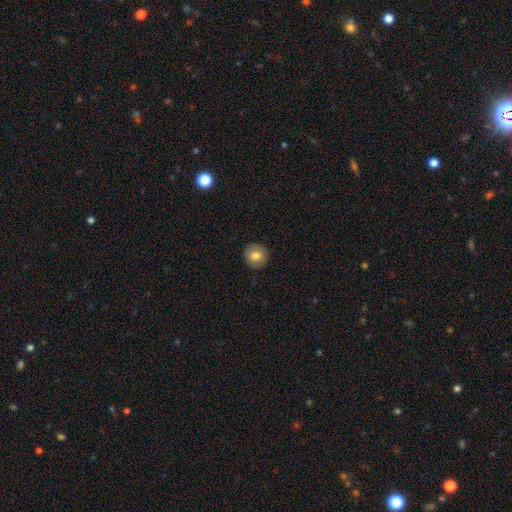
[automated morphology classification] smooth-or-featured: smooth: 79% | featured or disk: 12% | star or artifact: 8%
  how-rounded: round: 90% | in between: 9% | cigar-shaped: 1%
  merging: none: 91% | minor disturbance: 6% | major disturbance: 2% | merger: 1%